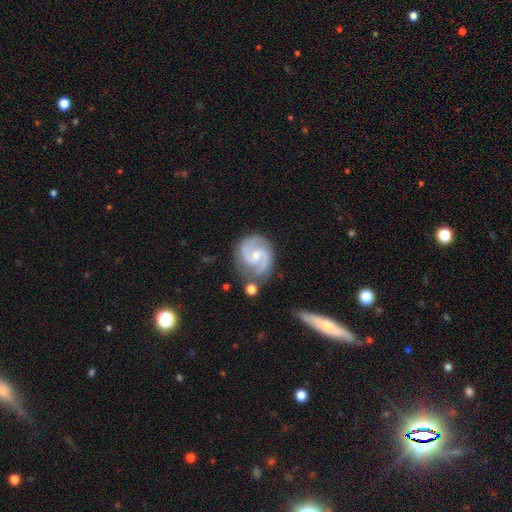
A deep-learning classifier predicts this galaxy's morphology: Overall: featured or disk (90%). Edge-on disk: no (98%). Bar: no (48%; weak 43%). Spiral arms: yes (98%). Spiral arm count: 2 (90%). Spiral winding: medium (57%; tight 32%). Bulge size: small (56%; moderate 39%). Merging: none (75%).